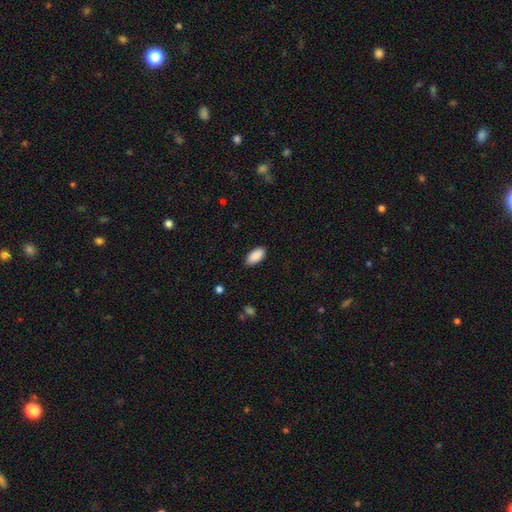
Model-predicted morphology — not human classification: This is clearly a smooth galaxy (90%). How rounded: clearly in between (93%). Merging: clearly none (86%).